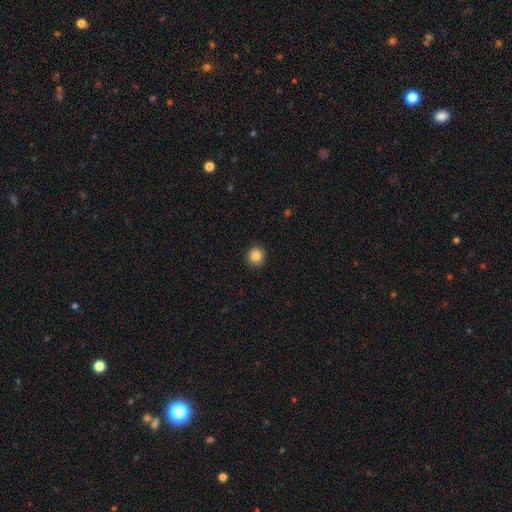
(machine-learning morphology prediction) This is clearly a smooth galaxy (85%). How rounded: clearly round (92%). Merging: clearly none (92%).